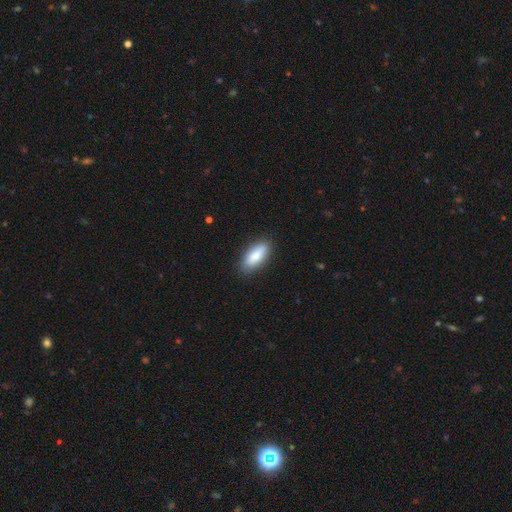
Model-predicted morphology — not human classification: Smooth or featured?
  - smooth: 82% *
  - featured or disk: 12%
  - star or artifact: 6%
How rounded?
  - in between: 77% *
  - cigar-shaped: 21%
  - round: 2%
Merging?
  - none: 87% *
  - minor disturbance: 10%
  - major disturbance: 2%
  - merger: 1%